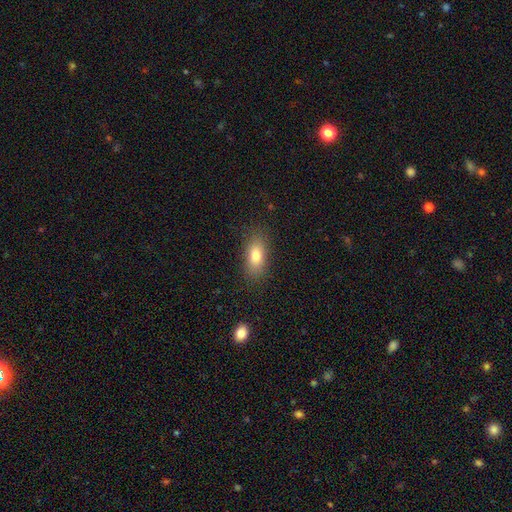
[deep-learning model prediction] Overall: smooth (79%). How rounded: in between (83%). Merging: none (84%).